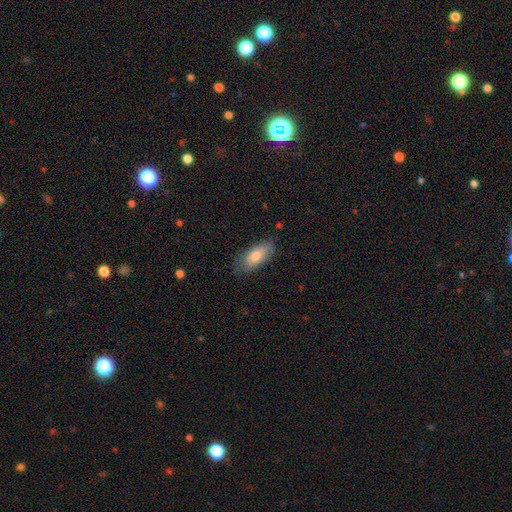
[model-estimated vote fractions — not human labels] Morphology: type=smooth (76%); roundness=in between (80%); merging=none (75%).